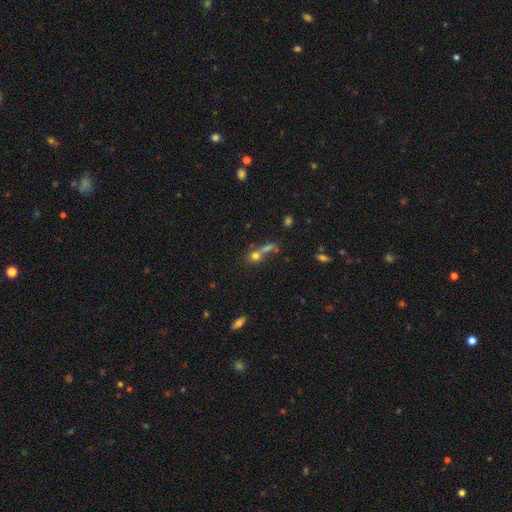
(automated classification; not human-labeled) A smooth galaxy with no disk features (69%) that is round (70%).

Vote fractions:
- Smooth or featured? smooth: 69% / star or artifact: 17% / featured or disk: 14%
- How rounded? round: 70% / in between: 22% / cigar-shaped: 8%
- Merging? none: 44% / merger: 40% / minor disturbance: 9% / major disturbance: 7%